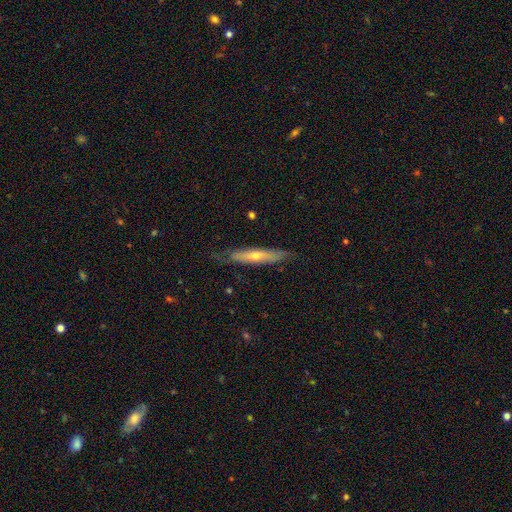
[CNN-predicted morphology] Overall: featured or disk (56%; smooth 38%). Edge-on disk: yes (78%). Merging: none (75%).